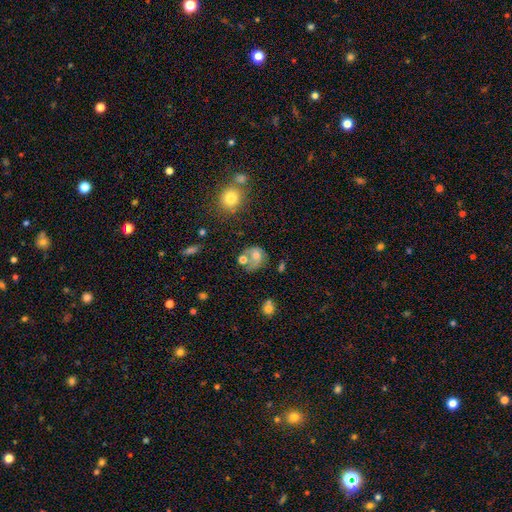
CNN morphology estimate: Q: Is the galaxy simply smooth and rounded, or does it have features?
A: smooth — 58%.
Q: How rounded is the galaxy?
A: round — 68%.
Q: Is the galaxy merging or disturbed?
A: none — 35%.